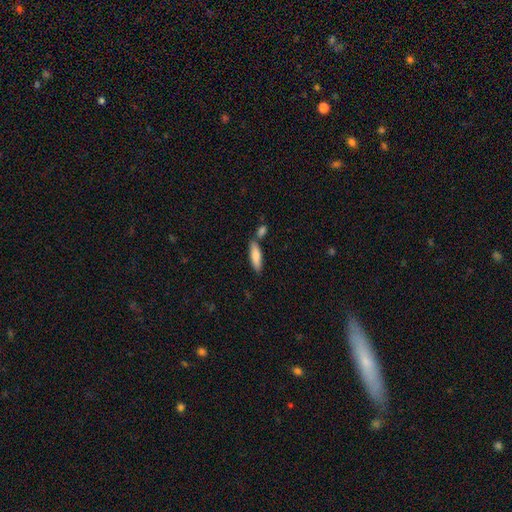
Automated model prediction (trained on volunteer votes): Smooth or featured: smooth — 80% (featured or disk — 14%)
How rounded: cigar-shaped — 58% (in between — 40%)
Merging: none — 67% (merger — 17%)